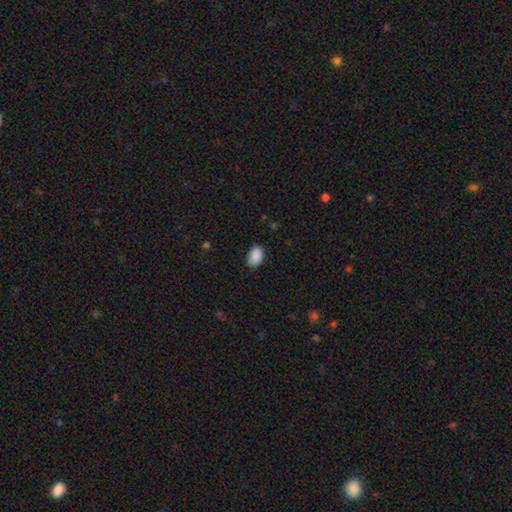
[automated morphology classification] This is clearly a smooth galaxy (90%). How rounded: clearly in between (88%). Merging: clearly none (84%).